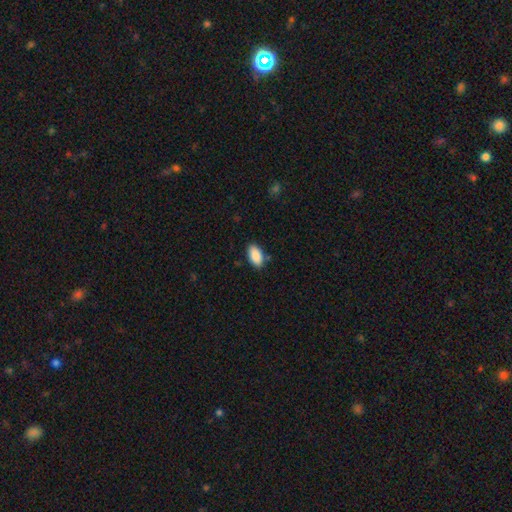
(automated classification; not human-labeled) smooth_or_featured: smooth (p=0.89) [alt: star or artifact p=0.07]
how_rounded: in between (p=0.94) [alt: round p=0.04]
merging: none (p=0.84) [alt: minor disturbance p=0.12]